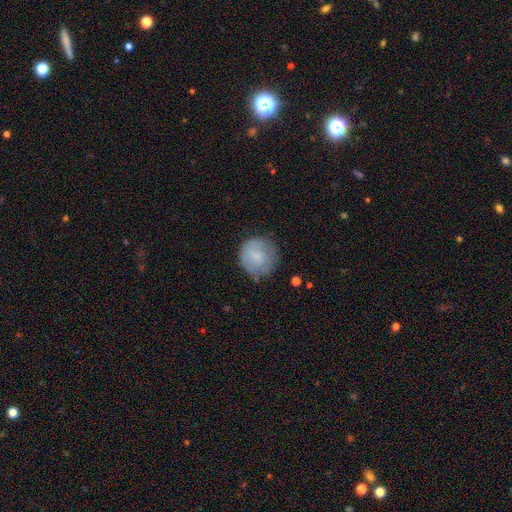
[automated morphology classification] Smooth or featured? smooth (74%)
How rounded? round (92%)
Merging? none (72%)